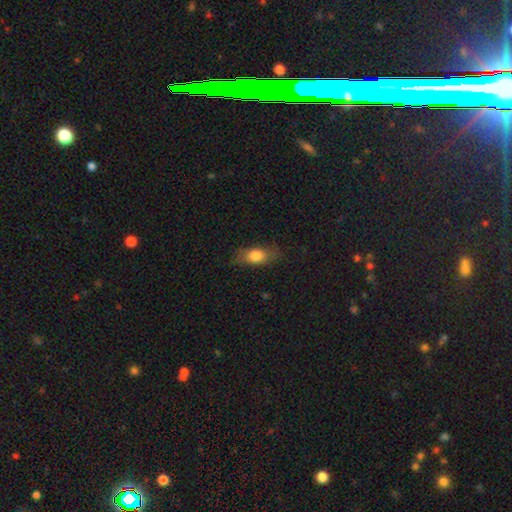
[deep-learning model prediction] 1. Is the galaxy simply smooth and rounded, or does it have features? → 78% smooth, 14% featured or disk, 8% star or artifact.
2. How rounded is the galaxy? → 77% in between, 14% cigar-shaped, 10% round.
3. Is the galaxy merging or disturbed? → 74% none, 18% minor disturbance, 6% major disturbance, 1% merger.